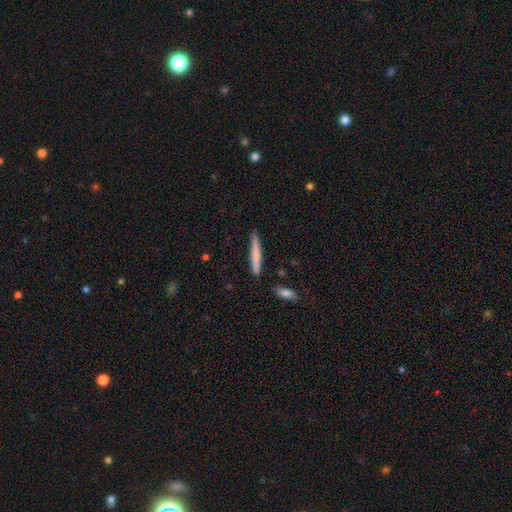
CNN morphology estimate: Q: Smooth or featured?
A: smooth (70%); runner-up: featured or disk (25%)
Q: How rounded?
A: cigar-shaped (95%); runner-up: in between (3%)
Q: Merging?
A: none (87%); runner-up: minor disturbance (9%)